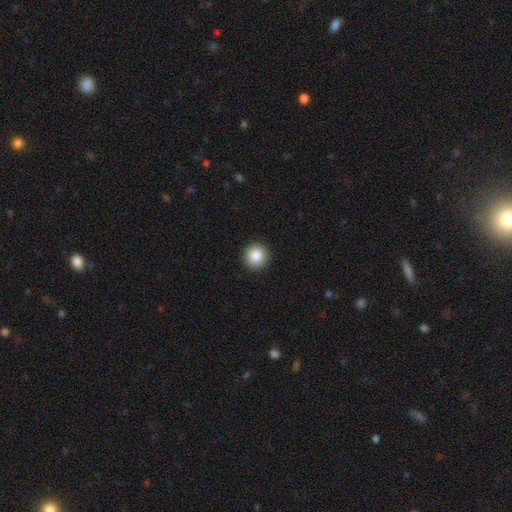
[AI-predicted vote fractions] A smooth galaxy with no disk features (86%) that is round (95%).

Vote fractions:
- Smooth or featured? smooth: 86% / star or artifact: 9% / featured or disk: 5%
- How rounded? round: 95% / in between: 5% / cigar-shaped: 1%
- Merging? none: 93% / minor disturbance: 5% / major disturbance: 2% / merger: 1%